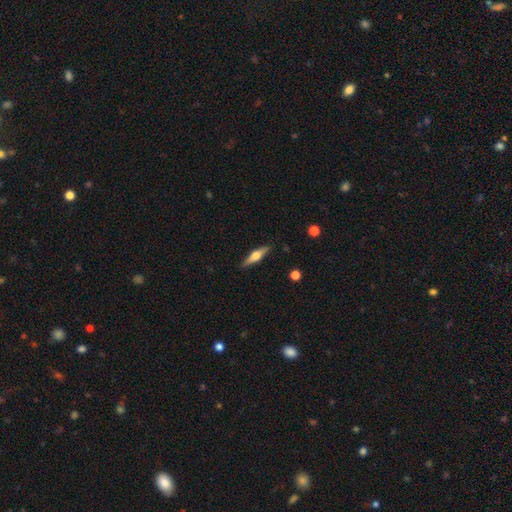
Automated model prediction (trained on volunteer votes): The model was most divided on "smooth or featured": featured or disk: 54%, smooth: 40%, star or artifact: 6%. More confident: edge-on disk — yes (95%); edge-on bulge — rounded (91%); merging — none (87%).